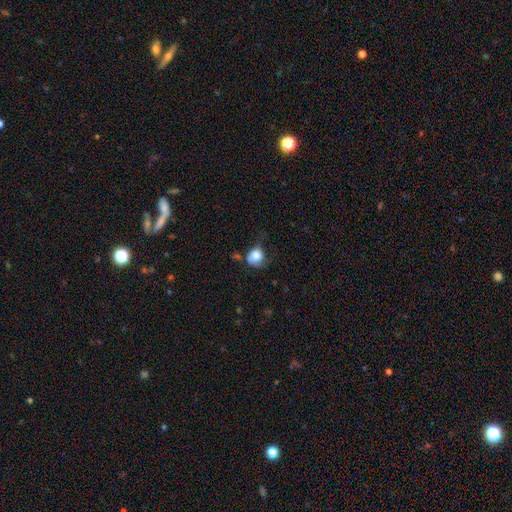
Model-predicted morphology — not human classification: smooth 79%, featured or disk 13%, star or artifact 9%. Down the decision tree: how rounded — round (71%); merging — none (35%).